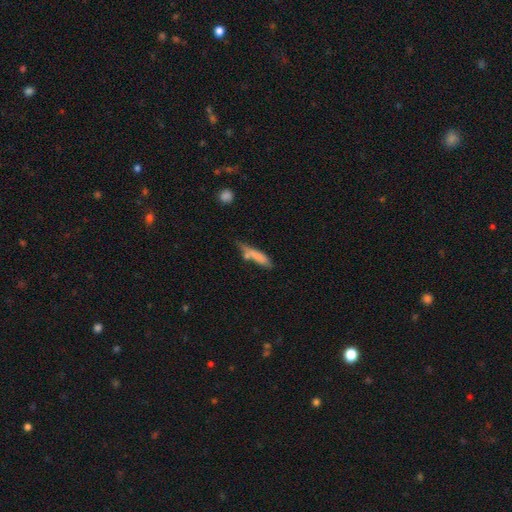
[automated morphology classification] The model was most divided on "merging": none: 45%, minor disturbance: 25%, merger: 19%, major disturbance: 10%. More confident: how rounded — cigar-shaped (77%); smooth or featured — smooth (71%).